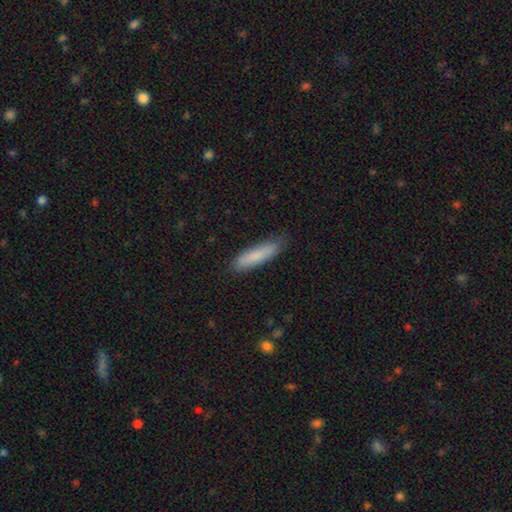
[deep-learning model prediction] This appears to be a smooth galaxy with no disk features (82%) that is cigar-shaped (77%). Merging: none (82%).